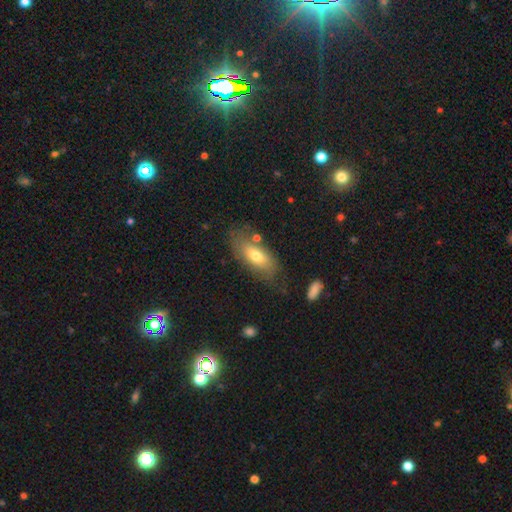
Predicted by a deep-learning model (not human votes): Smooth or featured?
  - smooth: 65% *
  - featured or disk: 27%
  - star or artifact: 7%
How rounded?
  - in between: 84% *
  - cigar-shaped: 12%
  - round: 4%
Merging?
  - none: 64% *
  - minor disturbance: 21%
  - major disturbance: 9%
  - merger: 6%